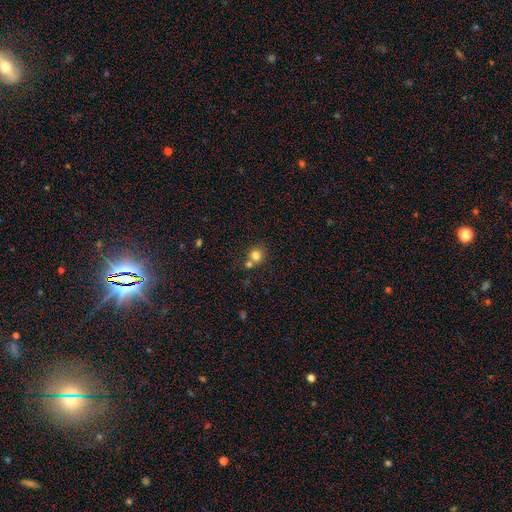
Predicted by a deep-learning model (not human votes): This appears to be a smooth galaxy with no disk features (79%) that is round (88%). Merging: none (57%).